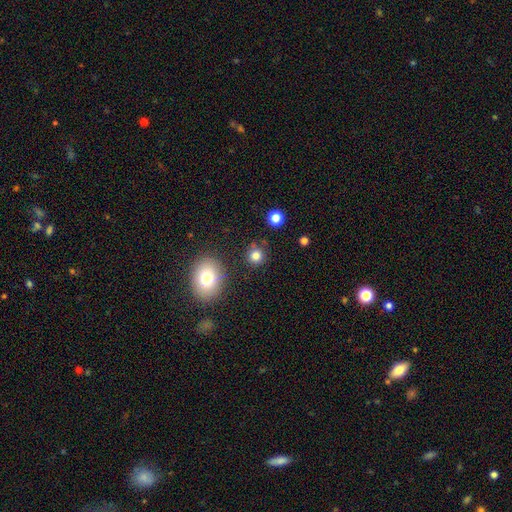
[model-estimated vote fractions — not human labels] This is clearly a smooth galaxy (82%). How rounded: clearly round (89%). Merging: clearly none (83%).